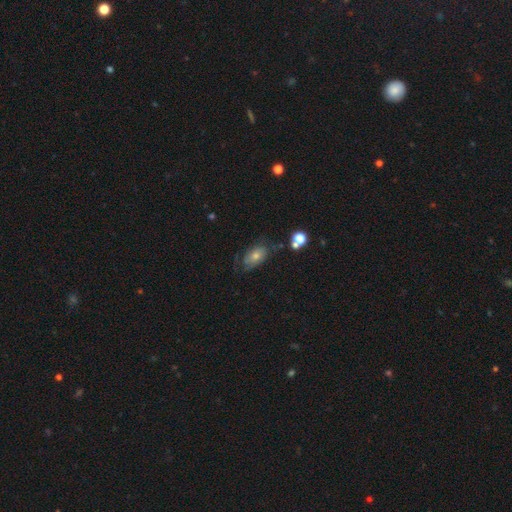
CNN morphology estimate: Overall: smooth (59%; featured or disk 30%). How rounded: in between (87%). Merging: none (53%; minor disturbance 28%).